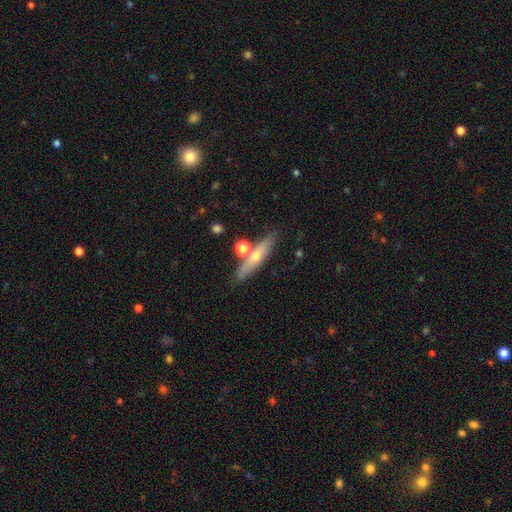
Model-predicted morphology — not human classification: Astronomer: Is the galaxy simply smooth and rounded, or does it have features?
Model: smooth — 47% (runner-up: featured or disk, 46%).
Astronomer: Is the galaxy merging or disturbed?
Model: none — 74%.